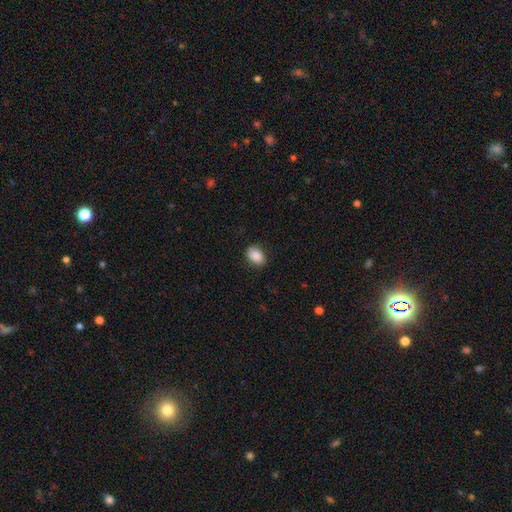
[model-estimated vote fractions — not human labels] smooth-or-featured: smooth: 89% | star or artifact: 8% | featured or disk: 4%
  how-rounded: in between: 82% | round: 17% | cigar-shaped: 1%
  merging: none: 86% | minor disturbance: 10% | major disturbance: 3% | merger: 1%